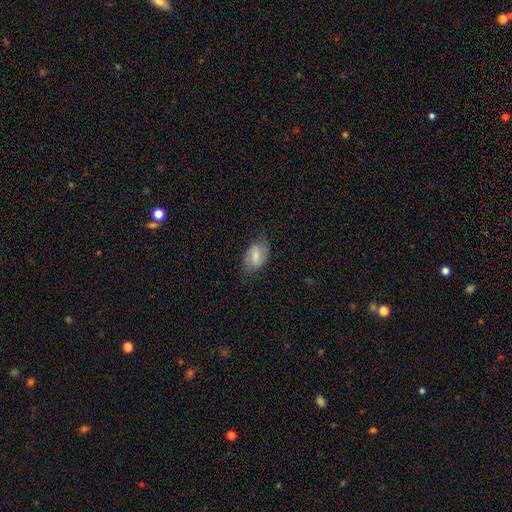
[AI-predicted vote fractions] Smooth or featured: smooth — 64% (featured or disk — 29%)
How rounded: in between — 87% (round — 12%)
Merging: none — 70% (minor disturbance — 22%)